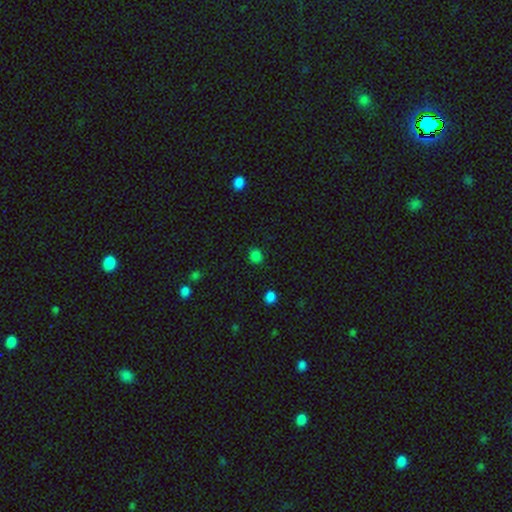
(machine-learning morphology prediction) Smooth or featured?
  - smooth: 81% *
  - star or artifact: 16%
  - featured or disk: 3%
How rounded?
  - round: 86% *
  - in between: 13%
  - cigar-shaped: 1%
Merging?
  - none: 87% *
  - minor disturbance: 9%
  - major disturbance: 3%
  - merger: 2%